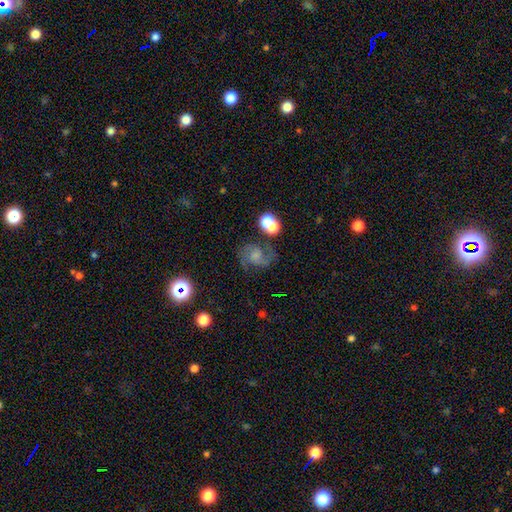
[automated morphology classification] Smooth or featured? featured or disk (60%)
Edge-on disk? no (97%)
Bar? no (65%)
Spiral arms? yes (85%)
Bulge size? moderate (29%)
Merging? none (53%)